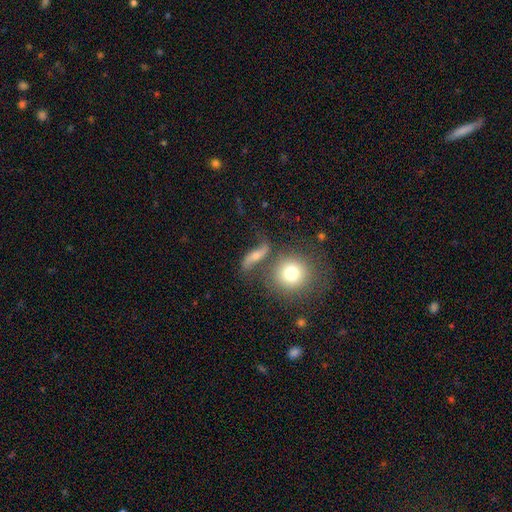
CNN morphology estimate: Q: Smooth or featured?
A: featured or disk (53%); runner-up: smooth (35%)
Q: Edge-on disk?
A: no (83%); runner-up: yes (17%)
Q: Merging?
A: none (55%); runner-up: minor disturbance (18%)